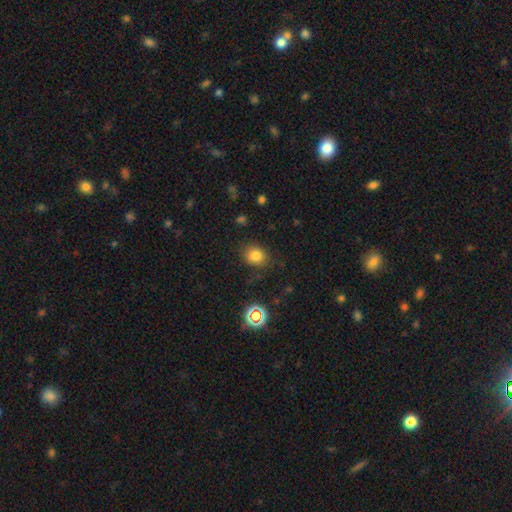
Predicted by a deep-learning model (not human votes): Smooth or featured? Predicted: smooth (p=0.78). How rounded? Predicted: round (p=0.61). Merging? Predicted: none (p=0.81).